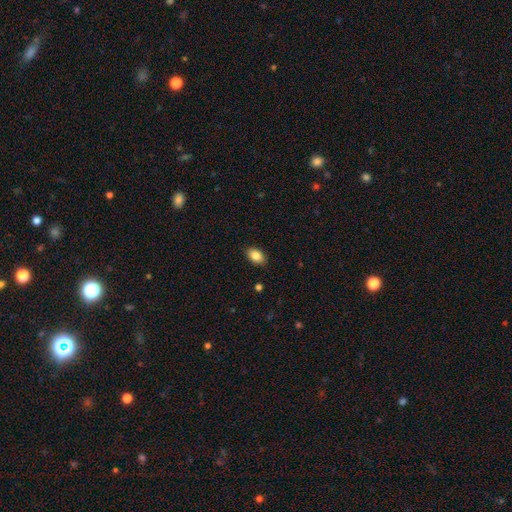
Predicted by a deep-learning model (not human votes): The model was most divided on "merging": none: 87%, minor disturbance: 10%, major disturbance: 2%, merger: 1%. More confident: how rounded — in between (88%); smooth or featured — smooth (86%).